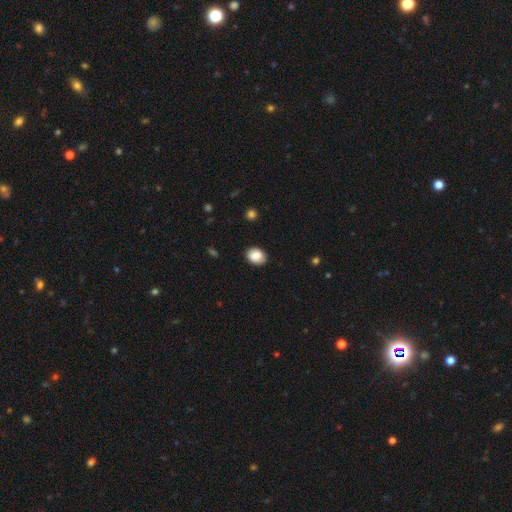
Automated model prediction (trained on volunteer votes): Morphology: type=smooth (87%); roundness=in between (56%); merging=none (88%).